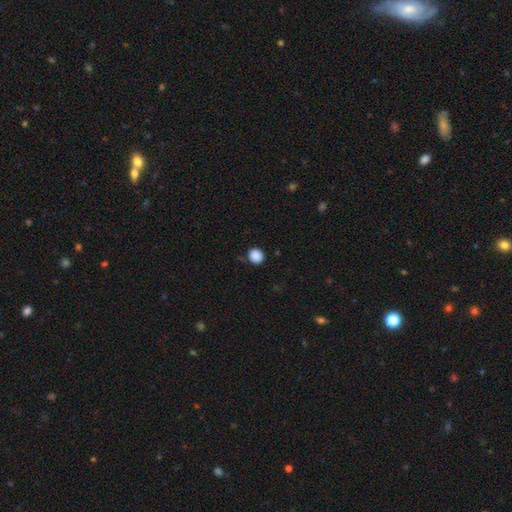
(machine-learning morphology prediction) Smooth or featured: smooth — 88% (star or artifact — 10%)
How rounded: round — 87% (in between — 12%)
Merging: none — 88% (minor disturbance — 8%)